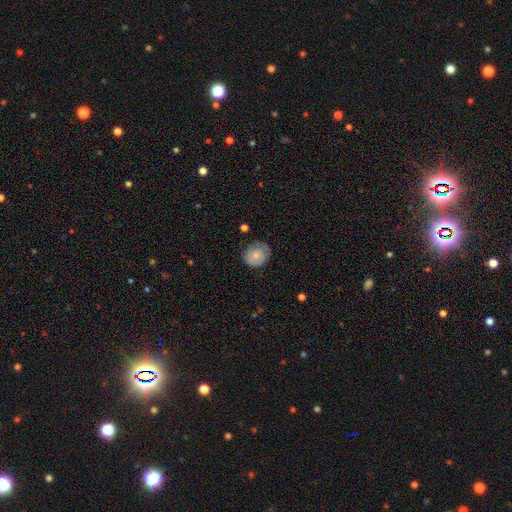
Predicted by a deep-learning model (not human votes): Overall: smooth (71%). How rounded: round (71%). Merging: none (68%).